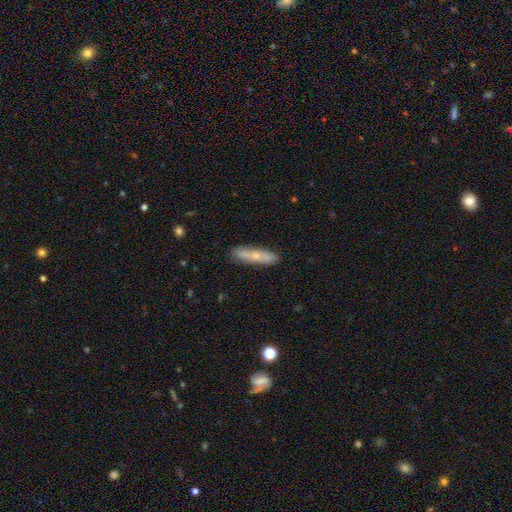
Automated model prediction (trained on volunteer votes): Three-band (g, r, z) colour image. It shows a smooth galaxy with no disk features (54%) that is cigar-shaped (81%). Merging: none (85%).